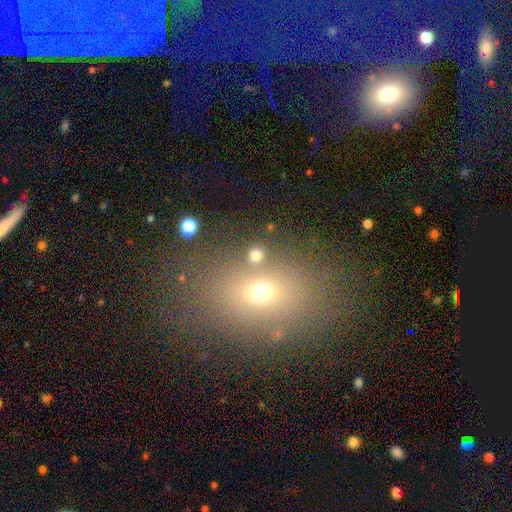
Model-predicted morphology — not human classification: Overall: smooth (72%). How rounded: round (68%; in between 30%). Merging: none (73%).